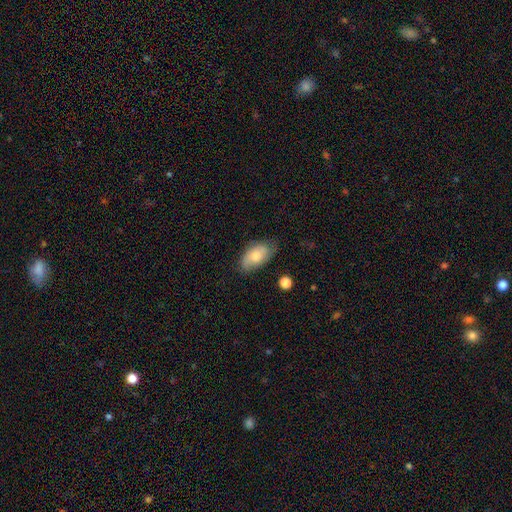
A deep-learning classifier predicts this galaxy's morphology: Overall: smooth (66%; featured or disk 27%). How rounded: in between (93%). Merging: none (68%).